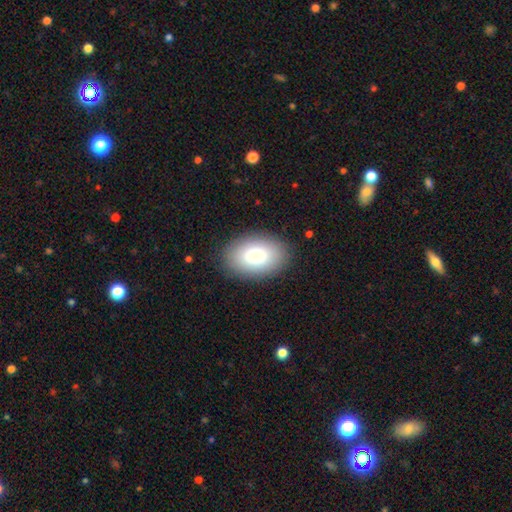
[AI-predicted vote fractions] This appears to be a smooth galaxy with no disk features (80%) that is in between round and cigar-shaped (87%). Merging: none (87%).